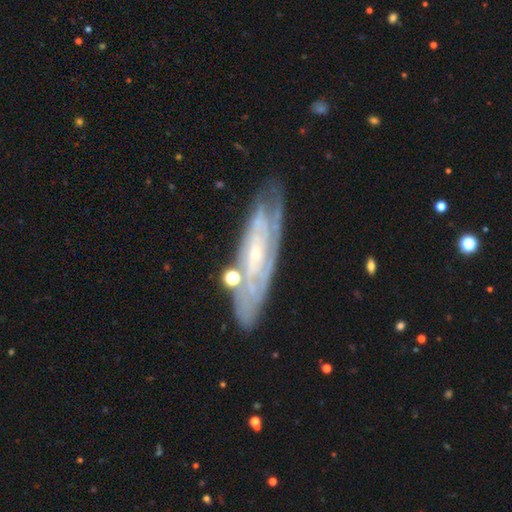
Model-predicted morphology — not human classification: type=featured or disk (81%); edge-on=no (77%); bar=no (61%); spiral arms=yes (89%); winding=tight (71%); arm count=can't tell (53%); bulge=small (79%); merging=none (72%).